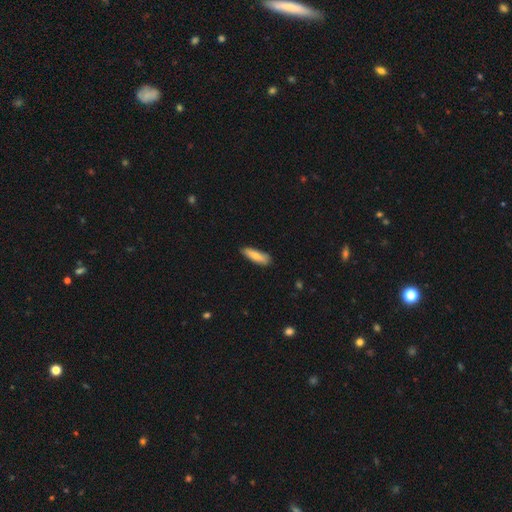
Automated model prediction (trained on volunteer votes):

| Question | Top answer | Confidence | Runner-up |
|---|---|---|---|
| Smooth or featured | smooth | 79% | featured or disk (15%) |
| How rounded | cigar-shaped | 58% | in between (40%) |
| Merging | none | 81% | minor disturbance (15%) |